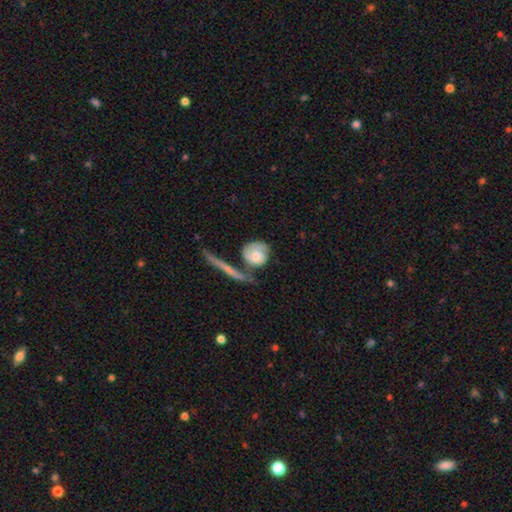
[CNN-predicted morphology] type=smooth (53%); roundness=round (74%); merging=none (42%).